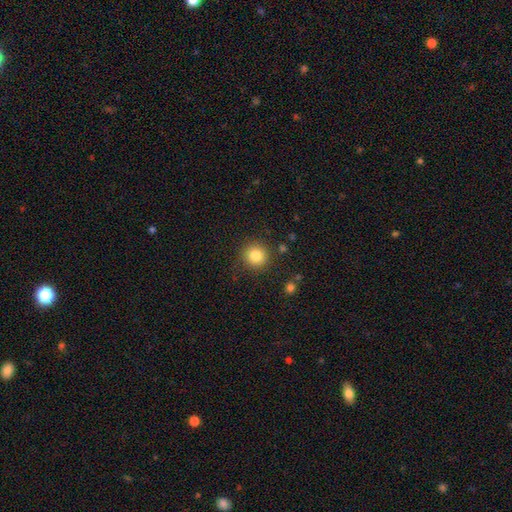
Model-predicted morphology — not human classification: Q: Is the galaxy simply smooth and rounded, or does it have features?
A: smooth — 82%.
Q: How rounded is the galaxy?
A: round — 94%.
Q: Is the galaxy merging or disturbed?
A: none — 87%.